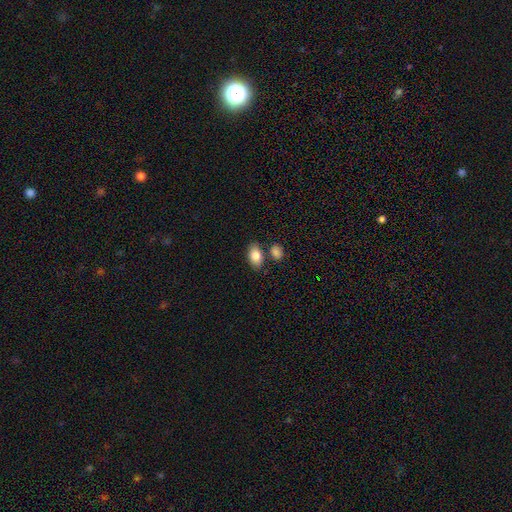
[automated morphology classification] This appears to be a smooth galaxy with no disk features (85%) that is in between round and cigar-shaped (89%). Merging: none (71%).